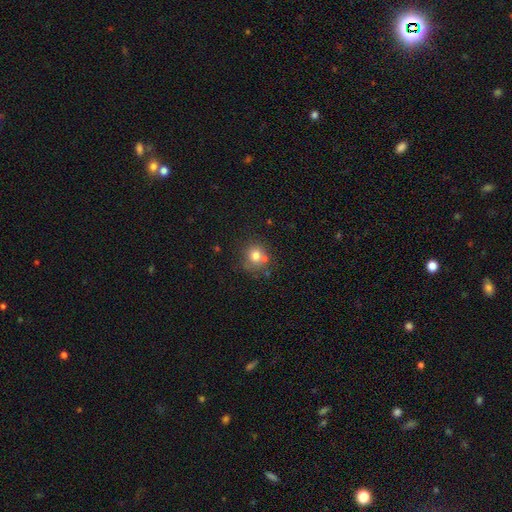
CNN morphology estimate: type=smooth (76%); roundness=round (87%); merging=none (62%).